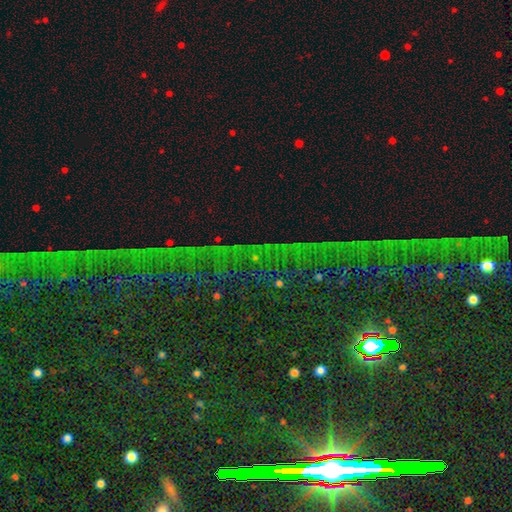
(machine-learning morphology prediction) A star or artifact, not a galaxy (84%).

Vote fractions:
- Smooth or featured? star or artifact: 84% / featured or disk: 8% / smooth: 8%